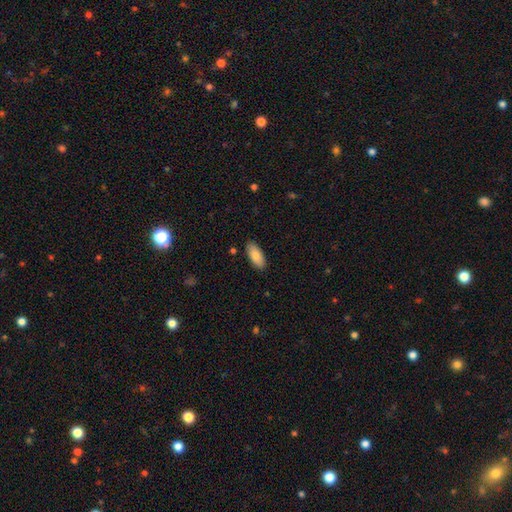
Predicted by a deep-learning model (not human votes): Overall: smooth (84%). How rounded: in between (88%). Merging: none (87%).